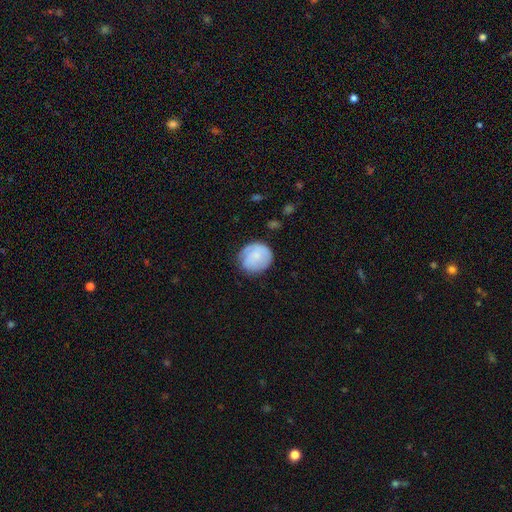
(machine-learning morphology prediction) Smooth or featured: smooth — 65% (featured or disk — 28%)
How rounded: round — 82% (in between — 17%)
Merging: none — 68% (minor disturbance — 24%)